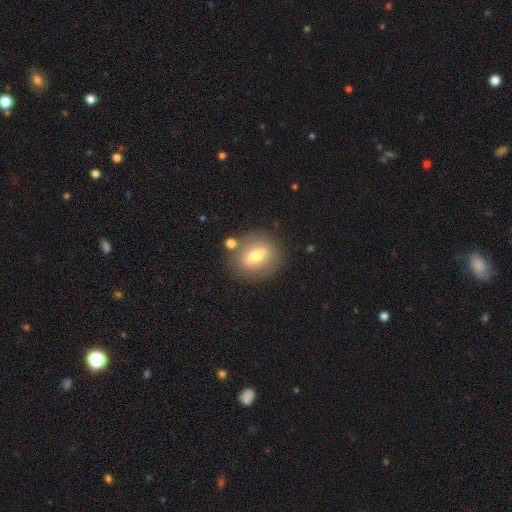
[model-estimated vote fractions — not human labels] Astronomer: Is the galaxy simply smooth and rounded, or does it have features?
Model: smooth — 52% (runner-up: featured or disk, 39%).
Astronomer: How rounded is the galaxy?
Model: round — 51% (runner-up: in between, 45%).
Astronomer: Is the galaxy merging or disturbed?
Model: none — 80%.